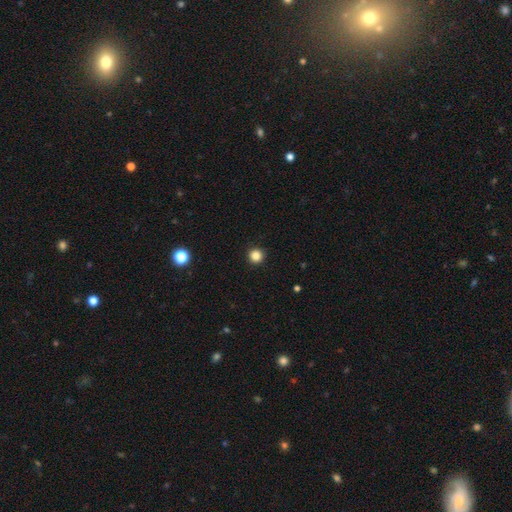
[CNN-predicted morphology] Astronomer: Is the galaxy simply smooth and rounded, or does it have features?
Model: smooth — 85%.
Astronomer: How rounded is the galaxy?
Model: round — 96%.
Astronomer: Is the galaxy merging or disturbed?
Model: none — 93%.